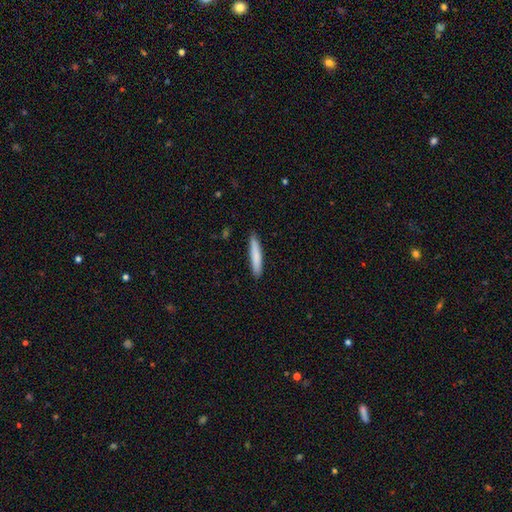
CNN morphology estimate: This is clearly a smooth galaxy (81%). How rounded: clearly cigar-shaped (92%). Merging: clearly none (89%).